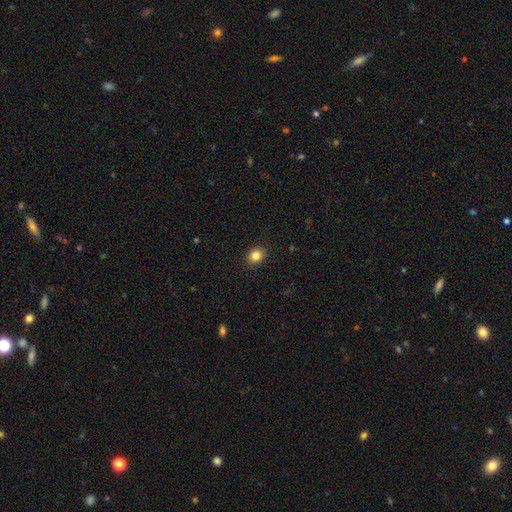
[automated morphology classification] type=smooth (84%); roundness=round (67%); merging=none (91%).